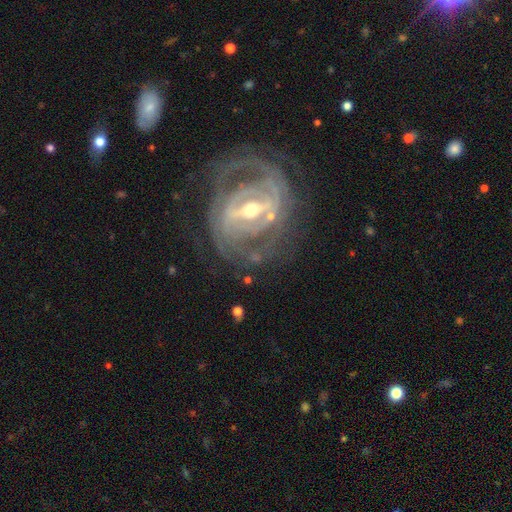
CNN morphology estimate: This is clearly a featured or disk galaxy (87%). It is clearly not viewed edge-on (93%). Bar: likely strong (64%). Spiral arm pattern: clearly yes (89%). Spiral arm count: marginally 2 (43%). Spiral winding: possibly tight (55%). Central bulge: possibly moderate (52%). Merging: likely none (68%).